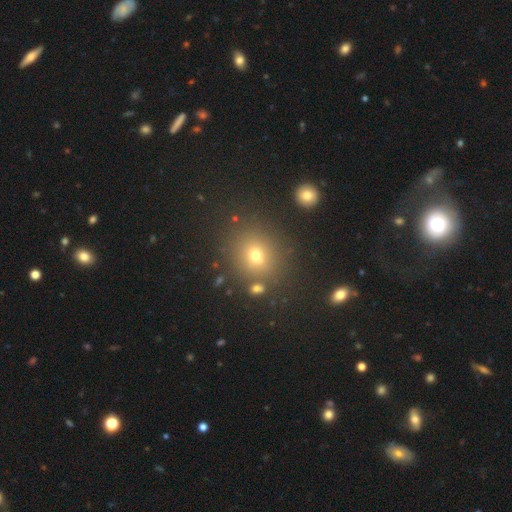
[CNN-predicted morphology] Overall: smooth (67%). How rounded: round (75%). Merging: none (81%).